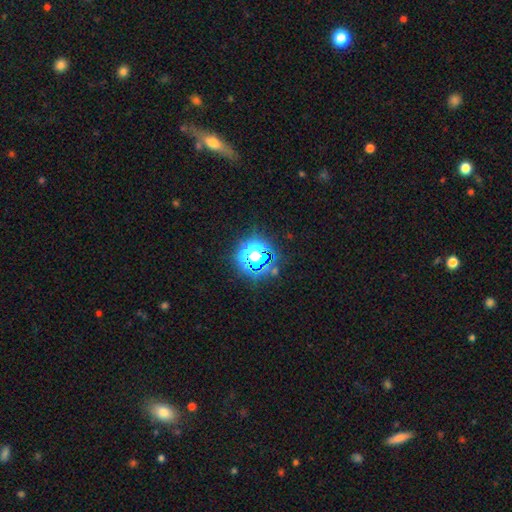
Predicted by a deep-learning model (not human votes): smooth_or_featured: star or artifact (p=0.70) [alt: smooth p=0.20]